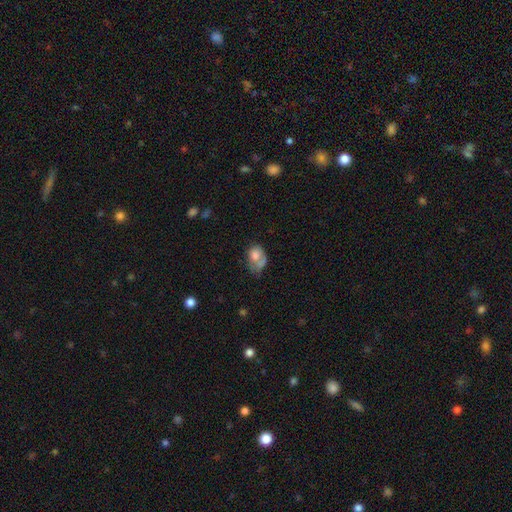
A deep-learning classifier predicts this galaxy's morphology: smooth 63%, featured or disk 28%, star or artifact 9%. Down the decision tree: how rounded — in between (69%); merging — major disturbance (30%).